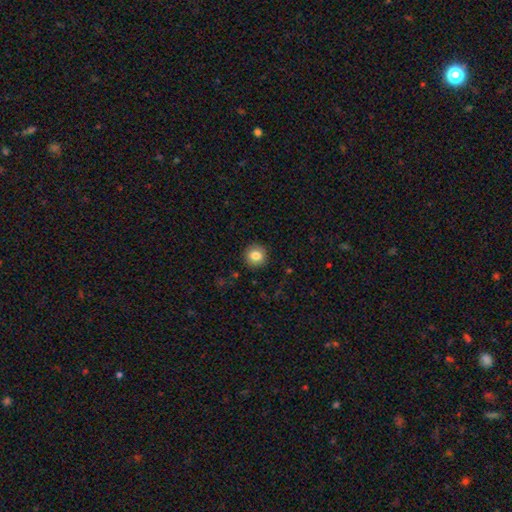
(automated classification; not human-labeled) smooth_or_featured: smooth (p=0.83) [alt: star or artifact p=0.09]
how_rounded: round (p=0.94) [alt: in between p=0.05]
merging: none (p=0.91) [alt: minor disturbance p=0.06]